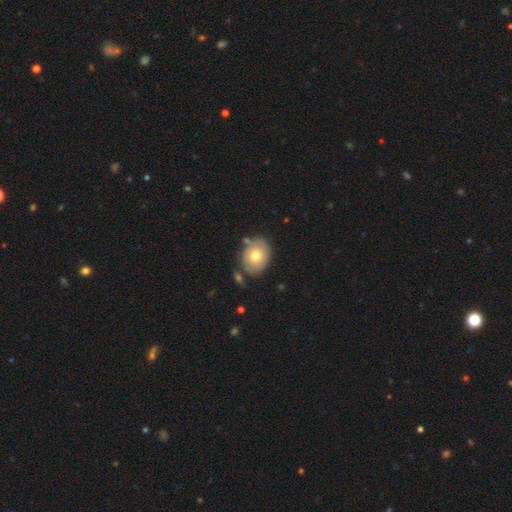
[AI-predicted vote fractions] Smooth or featured? smooth (71%)
How rounded? in between (56%)
Merging? none (73%)